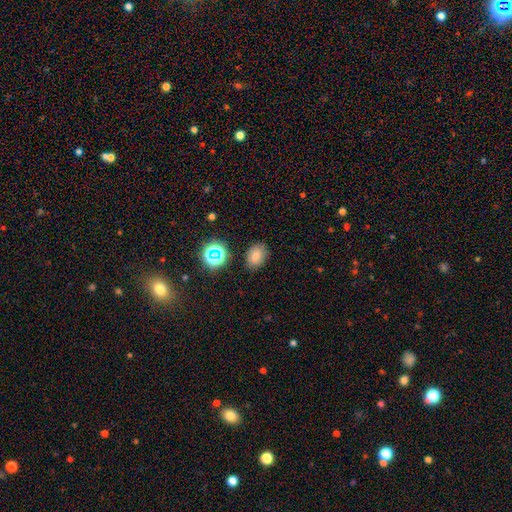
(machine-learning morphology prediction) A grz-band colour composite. It shows a smooth galaxy with no disk features (76%) that is in between round and cigar-shaped (72%). Merging: none (82%).